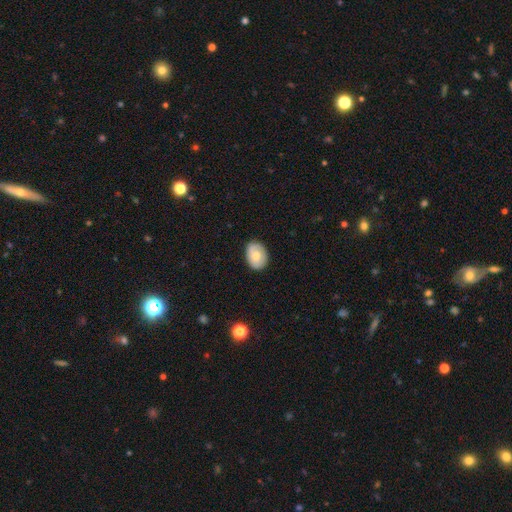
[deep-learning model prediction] Q: Smooth or featured?
A: smooth (64%); runner-up: featured or disk (28%)
Q: How rounded?
A: in between (71%); runner-up: round (28%)
Q: Merging?
A: none (79%); runner-up: minor disturbance (16%)